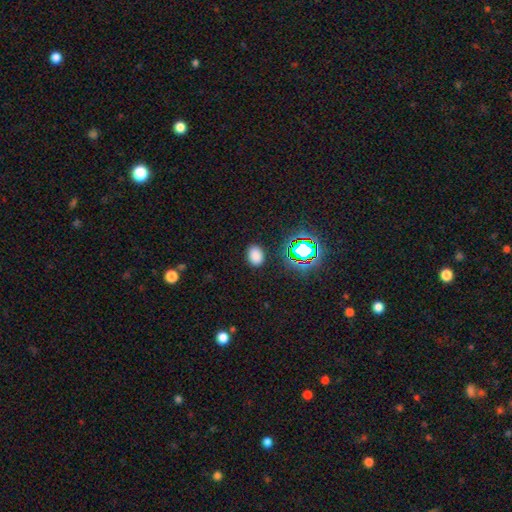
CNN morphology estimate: smooth-or-featured: smooth: 75% | star or artifact: 20% | featured or disk: 5%
  how-rounded: in between: 74% | round: 25% | cigar-shaped: 1%
  merging: none: 87% | minor disturbance: 9% | major disturbance: 3% | merger: 1%